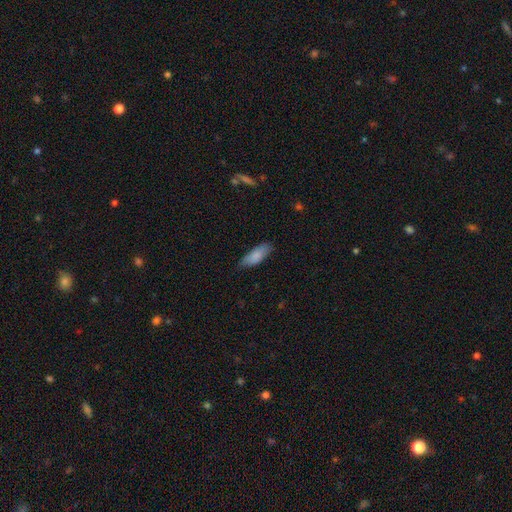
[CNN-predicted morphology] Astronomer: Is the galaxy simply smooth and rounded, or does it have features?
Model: smooth — 85%.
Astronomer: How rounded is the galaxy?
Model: in between — 70%.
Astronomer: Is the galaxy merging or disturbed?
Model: none — 75%.